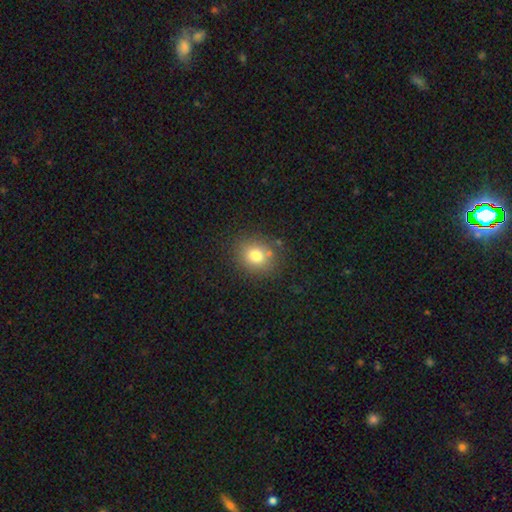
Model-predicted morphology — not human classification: type=smooth (78%); roundness=round (72%); merging=none (80%).